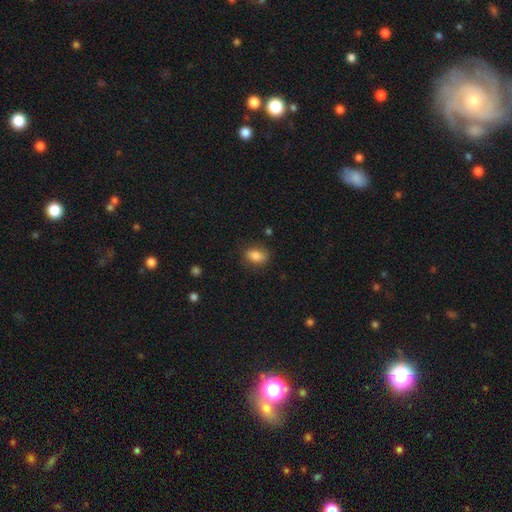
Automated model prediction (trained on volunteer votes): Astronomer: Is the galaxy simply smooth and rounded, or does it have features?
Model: smooth — 84%.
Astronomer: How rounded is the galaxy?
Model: in between — 80%.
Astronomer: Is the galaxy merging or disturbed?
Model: none — 78%.